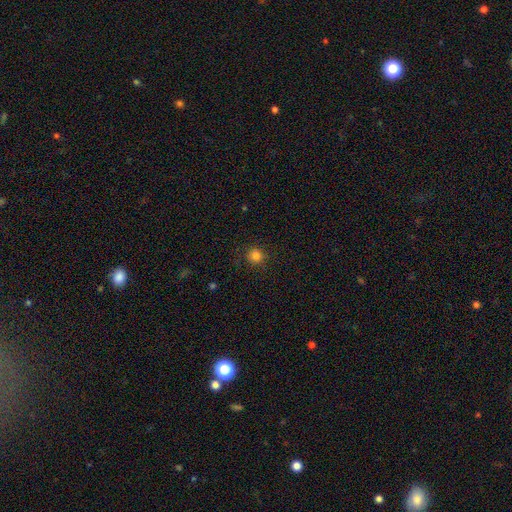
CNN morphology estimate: smooth-or-featured: smooth: 82% | star or artifact: 14% | featured or disk: 4%
  how-rounded: round: 93% | in between: 6% | cigar-shaped: 1%
  merging: none: 86% | minor disturbance: 10% | major disturbance: 3% | merger: 1%